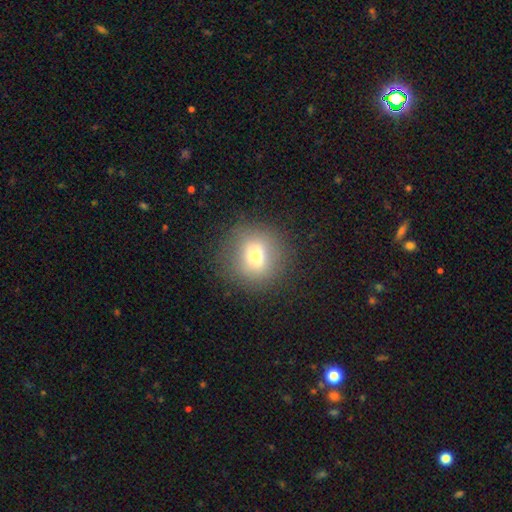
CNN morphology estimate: smooth_or_featured: smooth (p=0.69) [alt: featured or disk p=0.18]
how_rounded: round (p=0.89) [alt: in between p=0.10]
merging: none (p=0.86) [alt: minor disturbance p=0.09]